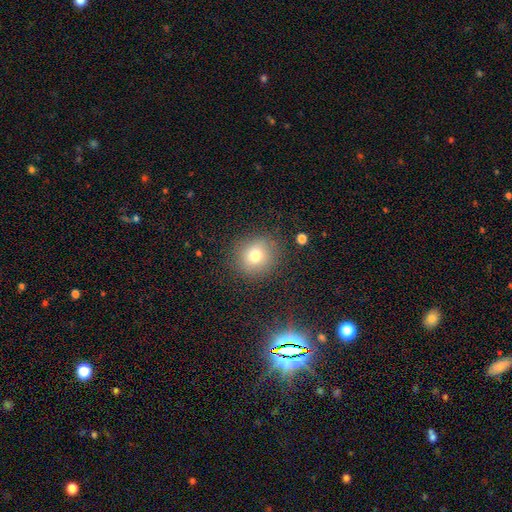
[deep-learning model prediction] smooth 75%, star or artifact 14%, featured or disk 12%. Down the decision tree: how rounded — round (86%); merging — none (84%).